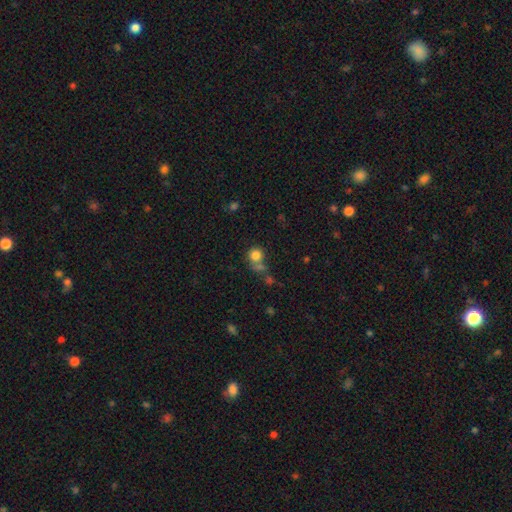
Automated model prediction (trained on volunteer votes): smooth-or-featured: smooth: 80% | star or artifact: 12% | featured or disk: 8%
  how-rounded: round: 89% | in between: 10% | cigar-shaped: 1%
  merging: none: 55% | merger: 25% | minor disturbance: 12% | major disturbance: 7%